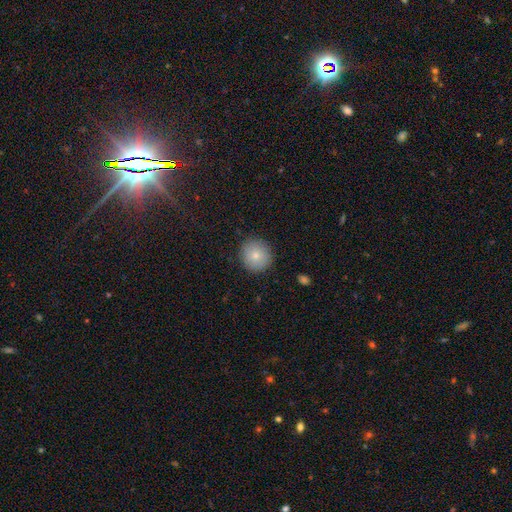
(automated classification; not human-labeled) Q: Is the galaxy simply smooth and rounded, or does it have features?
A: smooth — 80%.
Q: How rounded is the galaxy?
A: round — 92%.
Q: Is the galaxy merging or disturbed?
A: none — 89%.